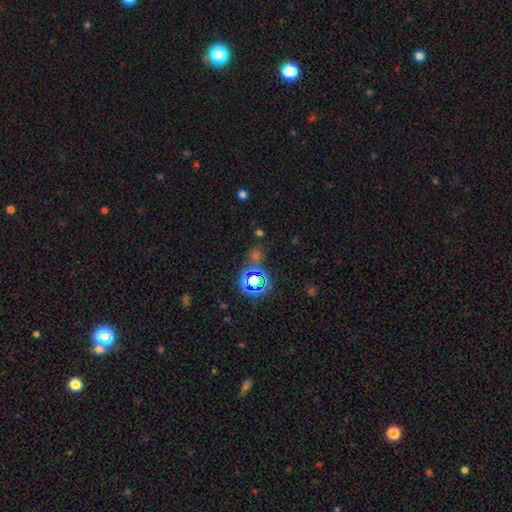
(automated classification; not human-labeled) Smooth or featured? Predicted: star or artifact (p=0.65).